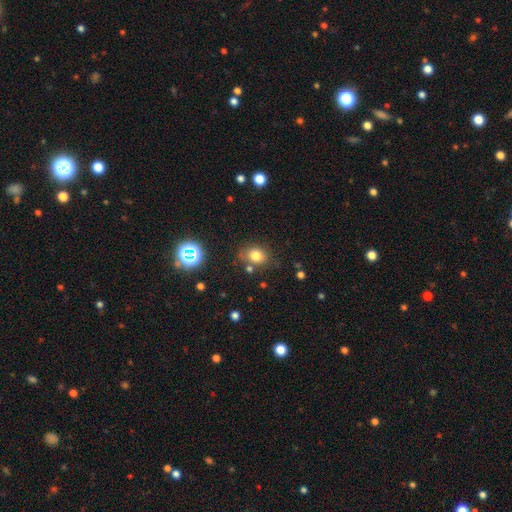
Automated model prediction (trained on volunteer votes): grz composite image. It shows a smooth galaxy with no disk features (77%) that is round (50%). Merging: none (73%).